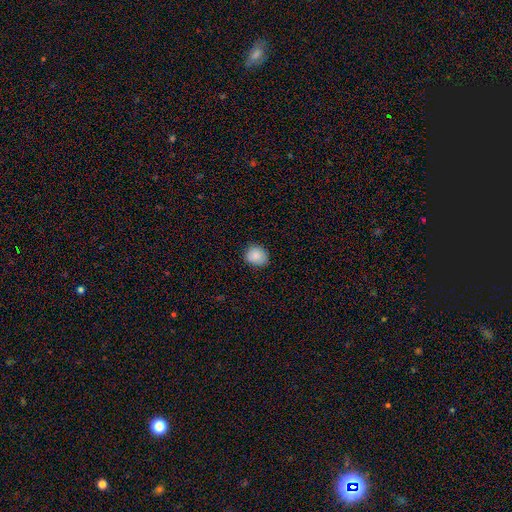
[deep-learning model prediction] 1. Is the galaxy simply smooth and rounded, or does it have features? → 88% smooth, 8% star or artifact, 4% featured or disk.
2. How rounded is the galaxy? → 67% round, 32% in between, 1% cigar-shaped.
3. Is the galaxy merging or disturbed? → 82% none, 15% minor disturbance, 2% major disturbance, 1% merger.